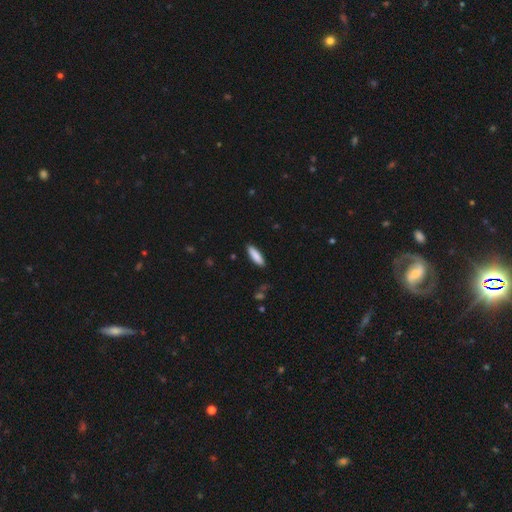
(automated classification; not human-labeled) smooth 87%, featured or disk 7%, star or artifact 6%. Down the decision tree: how rounded — cigar-shaped (61%); merging — none (88%).